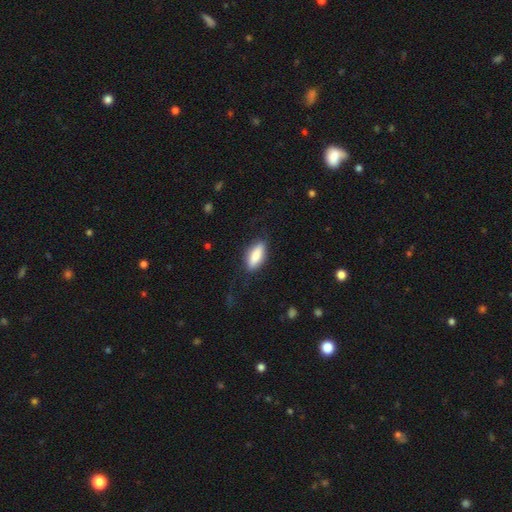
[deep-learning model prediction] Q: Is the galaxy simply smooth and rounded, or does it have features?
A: smooth — 79%.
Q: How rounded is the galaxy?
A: in between — 71%.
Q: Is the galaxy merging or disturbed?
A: none — 79%.